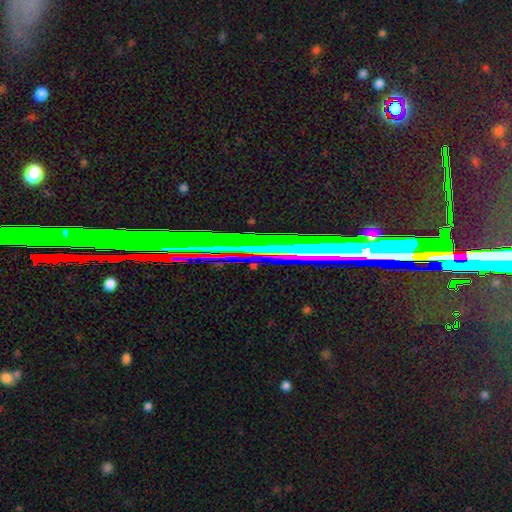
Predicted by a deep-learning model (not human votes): A star or artifact, not a galaxy (65%).